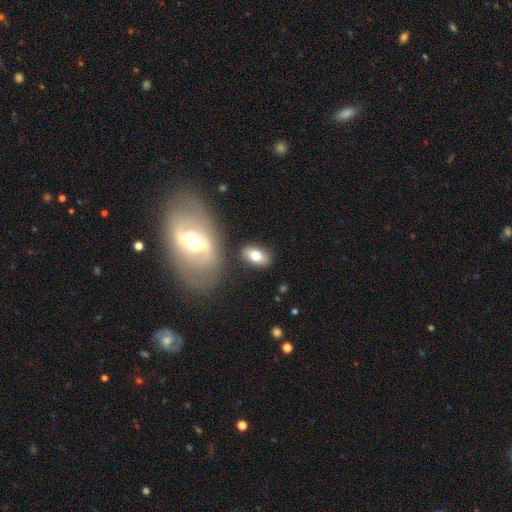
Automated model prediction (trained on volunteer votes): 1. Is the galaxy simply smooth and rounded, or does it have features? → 72% smooth, 20% featured or disk, 8% star or artifact.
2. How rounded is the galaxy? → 88% in between, 9% round, 3% cigar-shaped.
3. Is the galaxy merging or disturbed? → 78% none, 11% minor disturbance, 7% merger, 4% major disturbance.